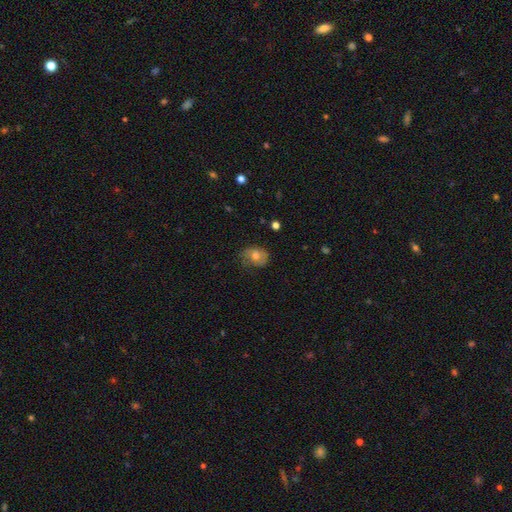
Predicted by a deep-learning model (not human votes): This appears to be a smooth galaxy with no disk features (62%) that is in between round and cigar-shaped (53%). Merging: none (62%).